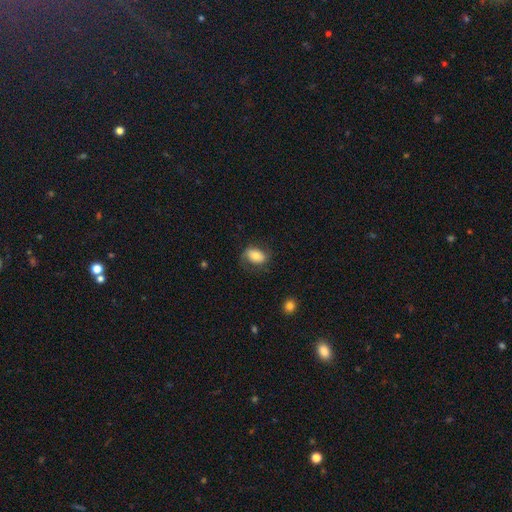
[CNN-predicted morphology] Smooth or featured? smooth (66%)
How rounded? in between (84%)
Merging? none (62%)